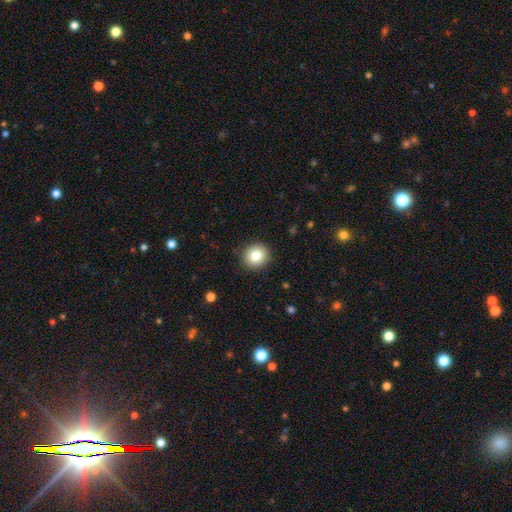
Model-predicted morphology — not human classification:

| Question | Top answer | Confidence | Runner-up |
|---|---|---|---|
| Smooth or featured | smooth | 81% | star or artifact (10%) |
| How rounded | round | 89% | in between (10%) |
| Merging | none | 90% | minor disturbance (7%) |